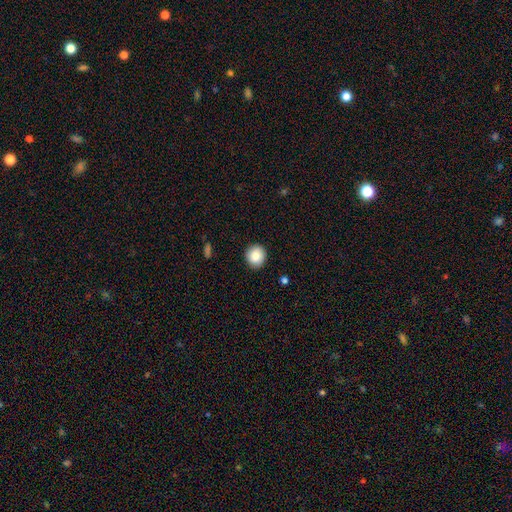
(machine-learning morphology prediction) Overall: smooth (86%). How rounded: round (83%). Merging: none (91%).